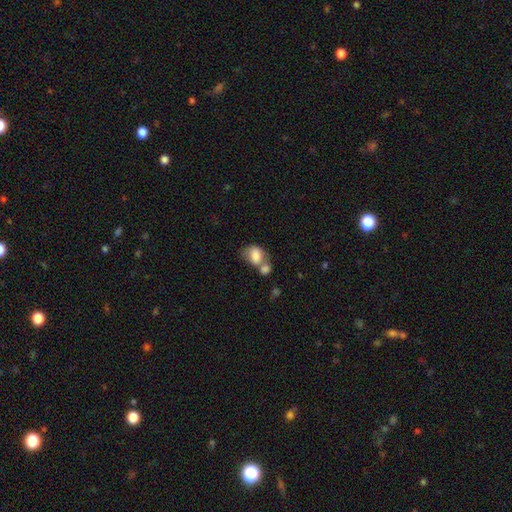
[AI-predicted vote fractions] smooth_or_featured: smooth (p=0.77) [alt: featured or disk p=0.15]
how_rounded: in between (p=0.71) [alt: round p=0.28]
merging: merger (p=0.55) [alt: none p=0.23]